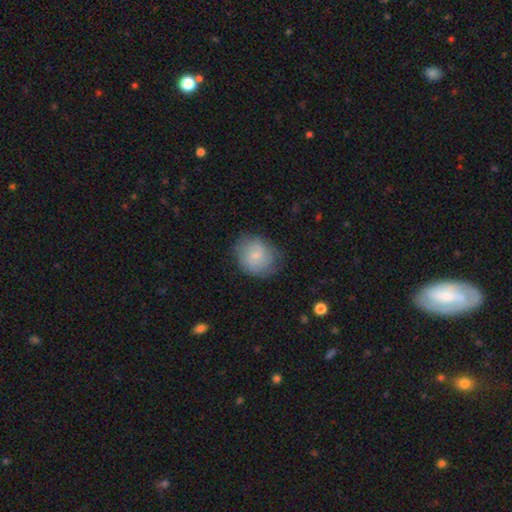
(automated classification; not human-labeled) smooth-or-featured: smooth: 67% | featured or disk: 26% | star or artifact: 7%
  how-rounded: round: 63% | in between: 36% | cigar-shaped: 1%
  merging: none: 68% | minor disturbance: 23% | major disturbance: 8% | merger: 1%